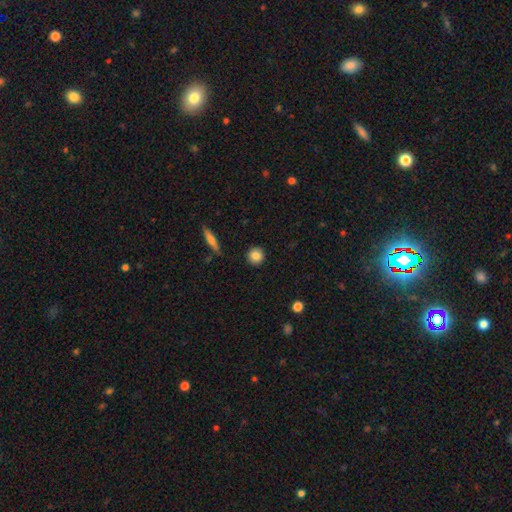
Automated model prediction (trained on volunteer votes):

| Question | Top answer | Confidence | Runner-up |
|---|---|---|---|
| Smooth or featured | smooth | 84% | star or artifact (8%) |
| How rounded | round | 92% | in between (7%) |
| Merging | none | 91% | minor disturbance (6%) |